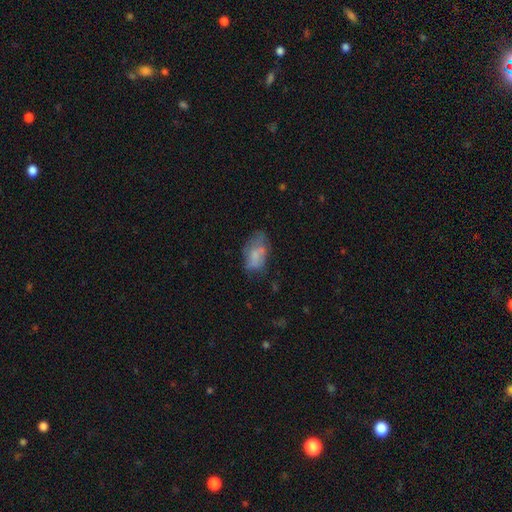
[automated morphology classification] type=smooth (64%); roundness=in between (91%); merging=none (44%).